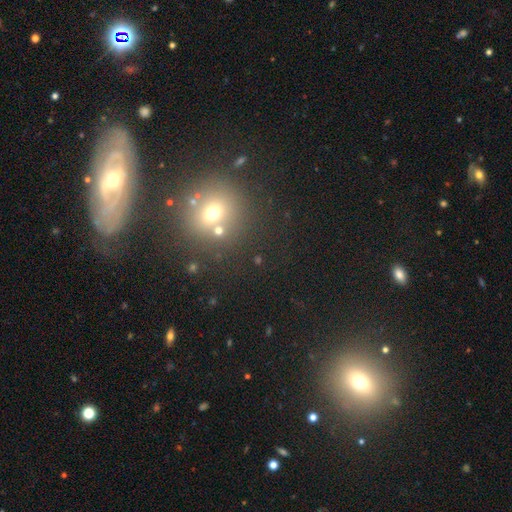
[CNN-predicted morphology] Smooth or featured? smooth (40%)
Merging? none (75%)